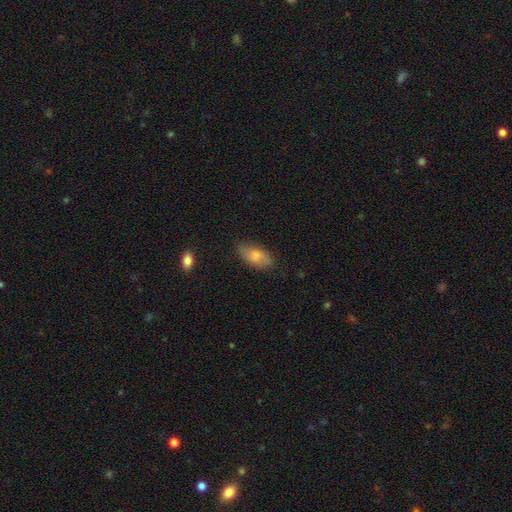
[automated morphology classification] Smooth or featured? smooth (76%)
How rounded? in between (89%)
Merging? none (76%)